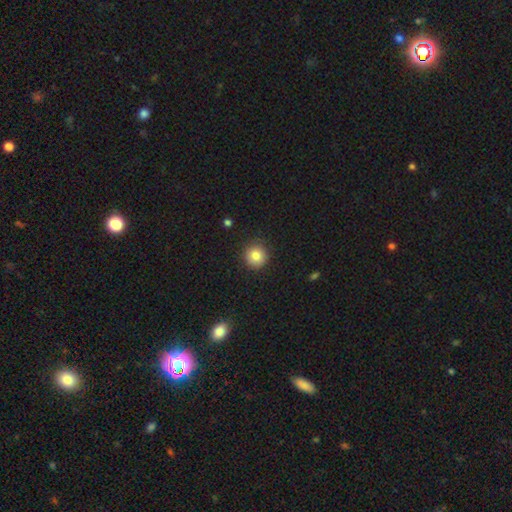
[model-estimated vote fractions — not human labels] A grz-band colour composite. It shows a smooth galaxy with no disk features (82%) that is round (94%). Merging: none (89%).